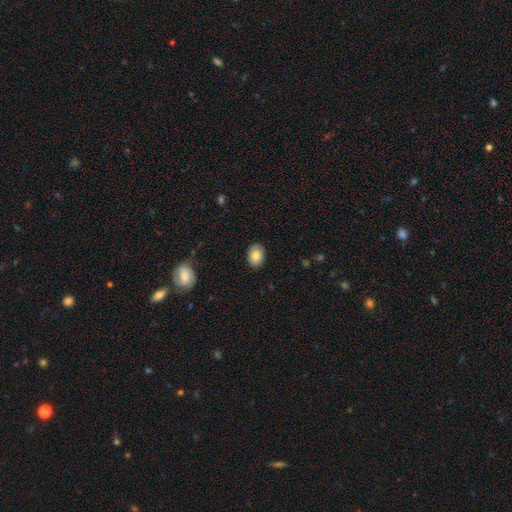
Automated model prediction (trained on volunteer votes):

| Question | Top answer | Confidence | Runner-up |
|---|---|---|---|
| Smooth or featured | smooth | 81% | featured or disk (11%) |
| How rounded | in between | 76% | round (23%) |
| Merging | none | 88% | minor disturbance (9%) |